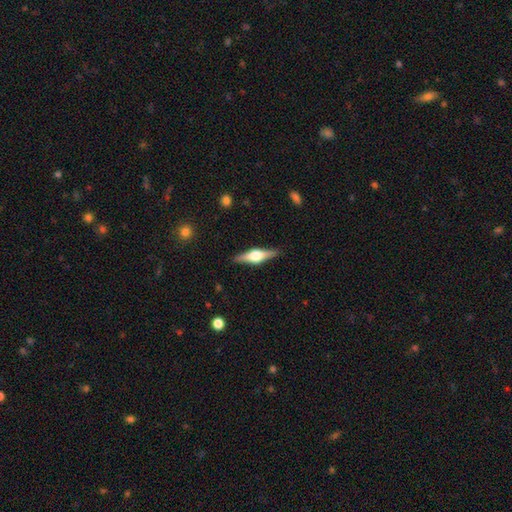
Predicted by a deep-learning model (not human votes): This is likely a featured or disk galaxy (73%). It is clearly viewed edge-on (97%). Edge-on bulge: clearly rounded (91%). Merging: clearly none (89%).